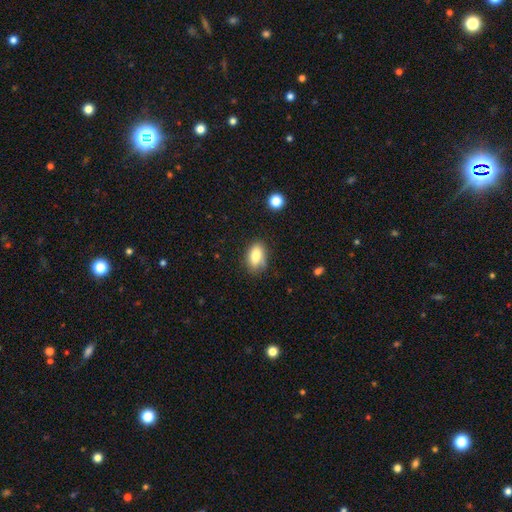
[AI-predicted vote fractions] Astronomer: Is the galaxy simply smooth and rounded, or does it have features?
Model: smooth — 81%.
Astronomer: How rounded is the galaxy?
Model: in between — 89%.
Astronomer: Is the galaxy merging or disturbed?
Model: none — 72%.